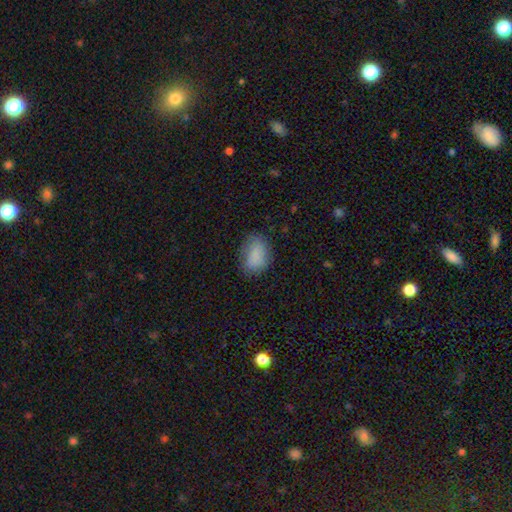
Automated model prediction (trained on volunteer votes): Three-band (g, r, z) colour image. It shows a smooth galaxy with no disk features (86%) that is in between round and cigar-shaped (81%). Merging: none (71%).